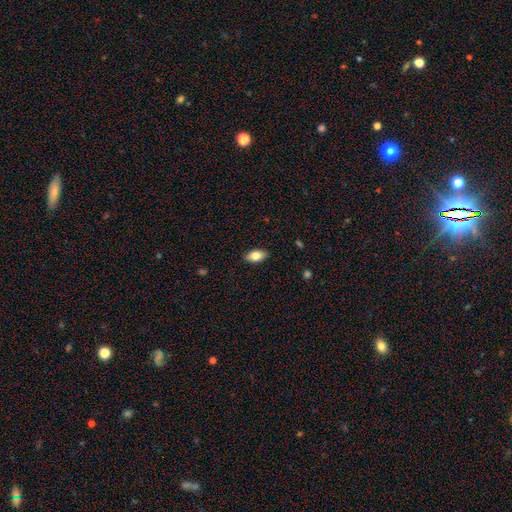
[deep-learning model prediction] smooth_or_featured: smooth (p=0.78) [alt: featured or disk p=0.15]
how_rounded: in between (p=0.91) [alt: cigar-shaped p=0.05]
merging: none (p=0.88) [alt: minor disturbance p=0.09]